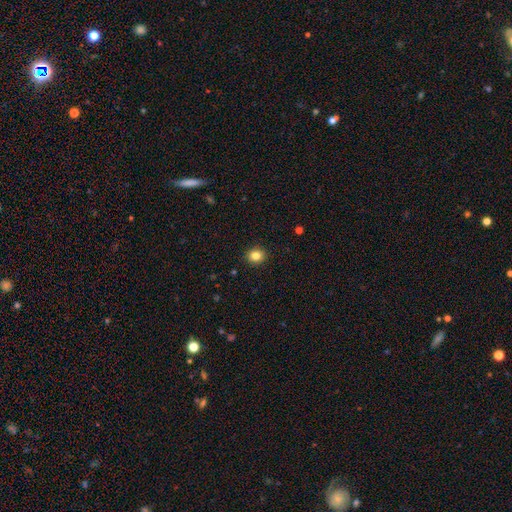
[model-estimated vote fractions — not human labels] smooth_or_featured: smooth (p=0.84) [alt: star or artifact p=0.11]
how_rounded: round (p=0.79) [alt: in between p=0.20]
merging: none (p=0.92) [alt: minor disturbance p=0.06]